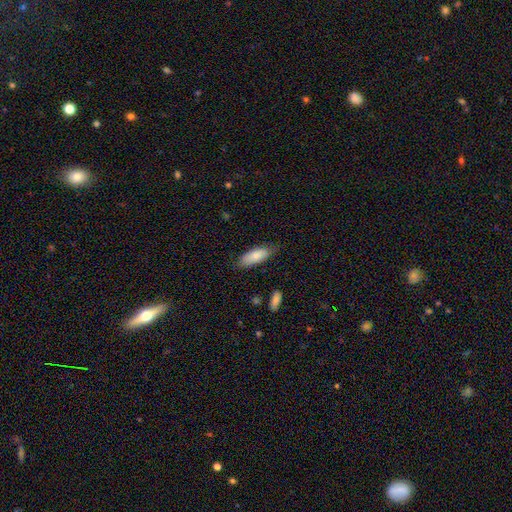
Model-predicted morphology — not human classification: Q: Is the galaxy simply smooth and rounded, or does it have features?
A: smooth — 80%.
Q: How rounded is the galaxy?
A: in between — 74%.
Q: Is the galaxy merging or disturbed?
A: none — 72%.